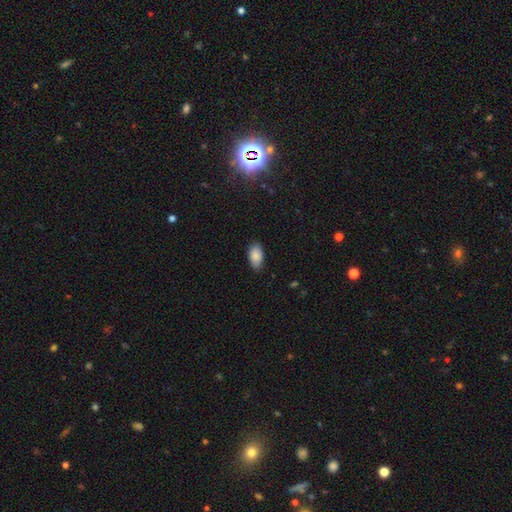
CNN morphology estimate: This is clearly a smooth galaxy (88%). How rounded: clearly in between (94%). Merging: clearly none (83%).